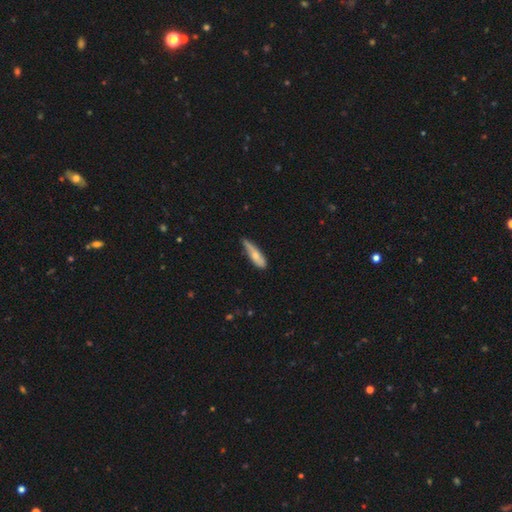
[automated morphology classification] Smooth or featured? smooth (65%)
How rounded? cigar-shaped (66%)
Merging? none (52%)